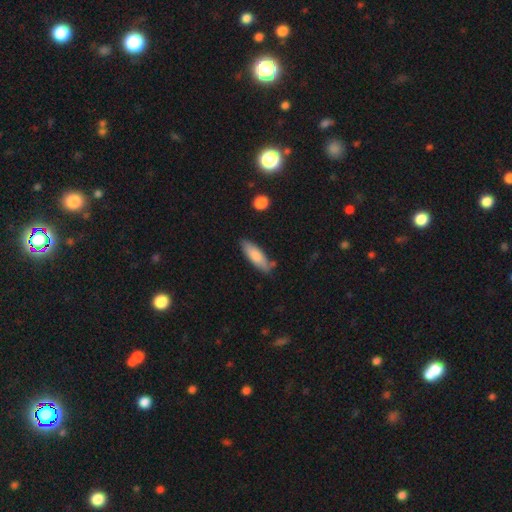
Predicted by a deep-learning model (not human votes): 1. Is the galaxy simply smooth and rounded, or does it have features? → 80% smooth, 15% featured or disk, 6% star or artifact.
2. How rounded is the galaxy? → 54% in between, 45% cigar-shaped, 2% round.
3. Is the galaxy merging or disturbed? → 72% none, 20% minor disturbance, 4% merger, 4% major disturbance.